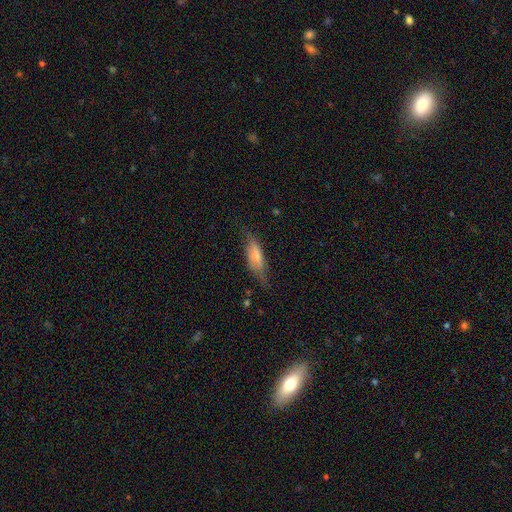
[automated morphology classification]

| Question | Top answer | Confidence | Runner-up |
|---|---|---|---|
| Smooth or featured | smooth | 58% | featured or disk (35%) |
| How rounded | in between | 58% | cigar-shaped (39%) |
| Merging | none | 57% | minor disturbance (29%) |